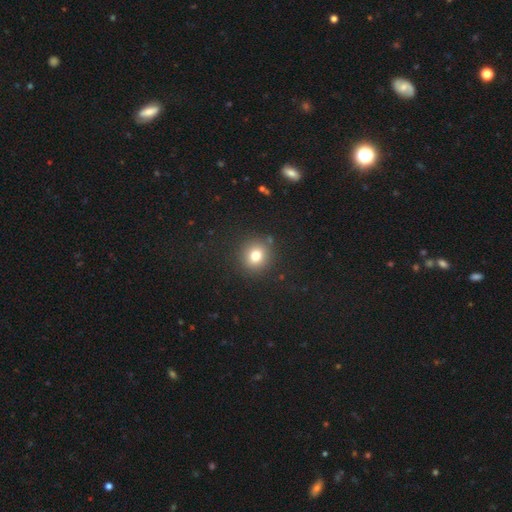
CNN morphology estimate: smooth-or-featured: smooth: 76% | star or artifact: 15% | featured or disk: 9%
  how-rounded: round: 90% | in between: 9% | cigar-shaped: 1%
  merging: none: 89% | minor disturbance: 6% | major disturbance: 3% | merger: 2%